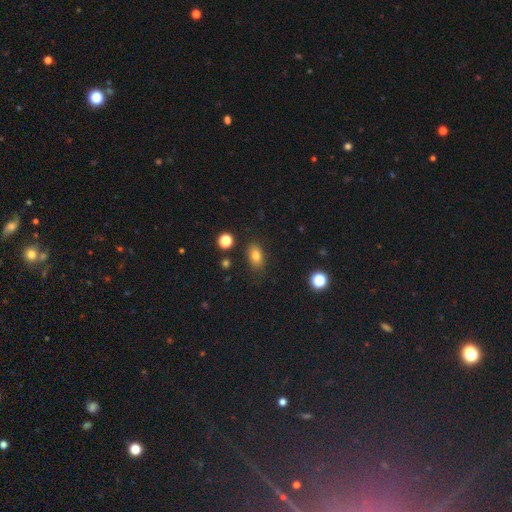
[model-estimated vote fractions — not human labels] The model was most divided on "how rounded": in between: 82%, round: 15%, cigar-shaped: 3%. More confident: merging — none (83%); smooth or featured — smooth (80%).